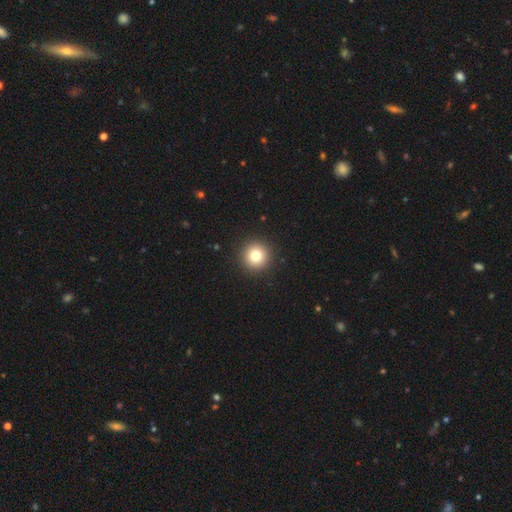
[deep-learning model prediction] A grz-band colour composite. It shows a smooth galaxy with no disk features (79%) that is round (96%). Merging: none (93%).